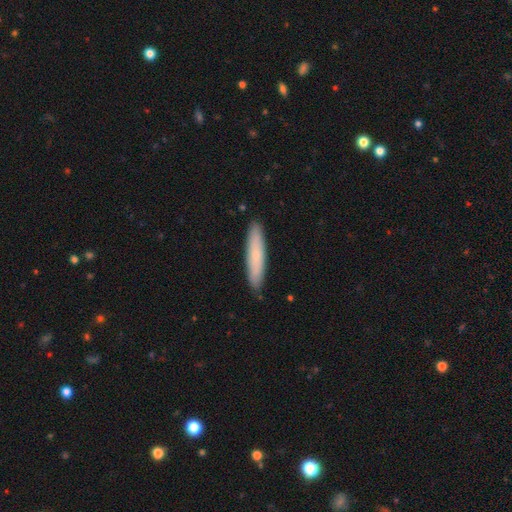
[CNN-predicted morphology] smooth-or-featured: smooth: 72% | featured or disk: 22% | star or artifact: 6%
  how-rounded: cigar-shaped: 86% | in between: 12% | round: 1%
  merging: none: 89% | minor disturbance: 9% | major disturbance: 1% | merger: 1%